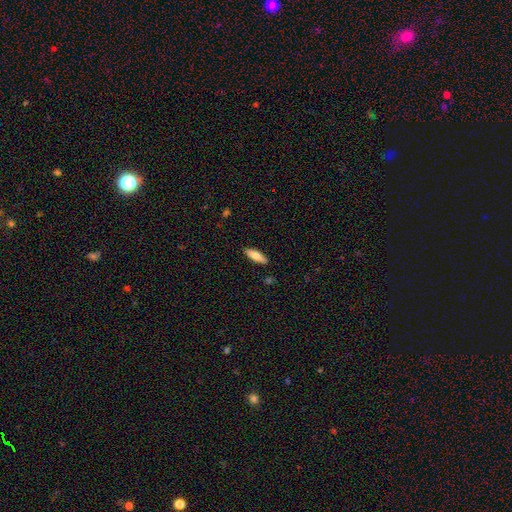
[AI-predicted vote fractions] smooth-or-featured: smooth: 73% | featured or disk: 21% | star or artifact: 6%
  how-rounded: cigar-shaped: 50% | in between: 48% | round: 2%
  merging: none: 89% | minor disturbance: 8% | major disturbance: 2% | merger: 1%